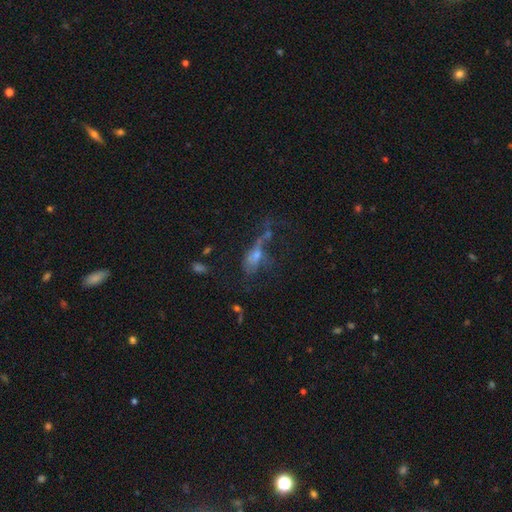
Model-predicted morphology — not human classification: Overall: featured or disk (47%; smooth 32%). Merging: major disturbance (47%; none 26%).